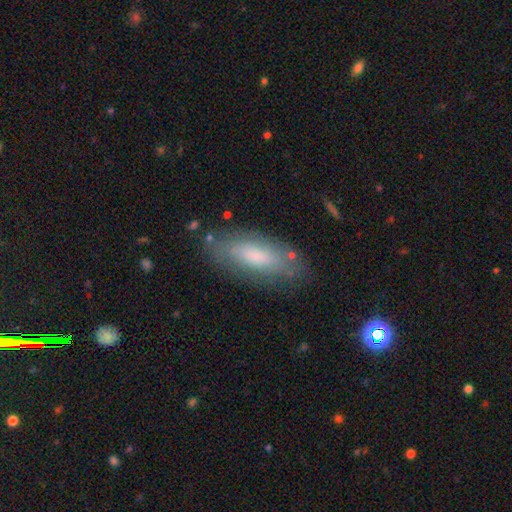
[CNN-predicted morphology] The model was most divided on "smooth or featured": smooth: 69%, featured or disk: 24%, star or artifact: 7%. More confident: merging — none (78%); how rounded — in between (74%).